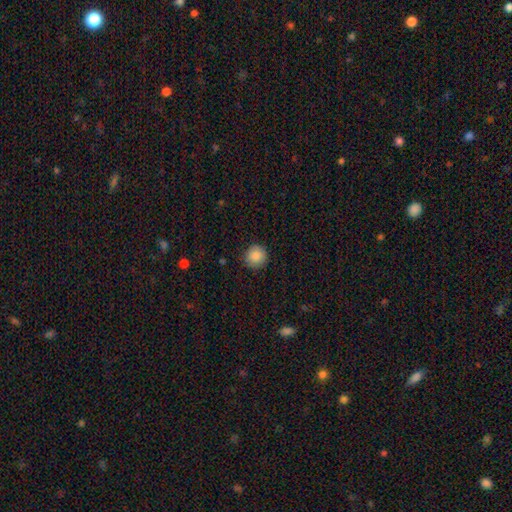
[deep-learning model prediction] A smooth galaxy with no disk features (87%) that is round (93%).

Vote fractions:
- Smooth or featured? smooth: 87% / star or artifact: 9% / featured or disk: 5%
- How rounded? round: 93% / in between: 6% / cigar-shaped: 1%
- Merging? none: 87% / minor disturbance: 10% / major disturbance: 2% / merger: 1%